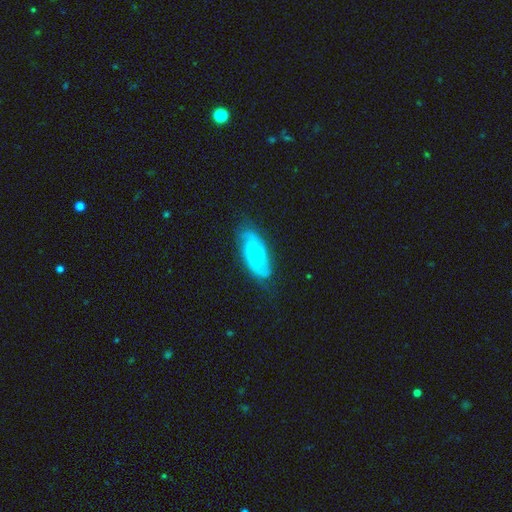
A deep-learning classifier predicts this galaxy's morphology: The model was most divided on "bulge size": small: 45%, moderate: 33%, none: 14%, large: 7%, dominant: 2%. More confident: edge-on disk — no (92%); spiral arms — yes (88%); merging — none (68%); bar — no (66%); smooth or featured — featured or disk (59%).